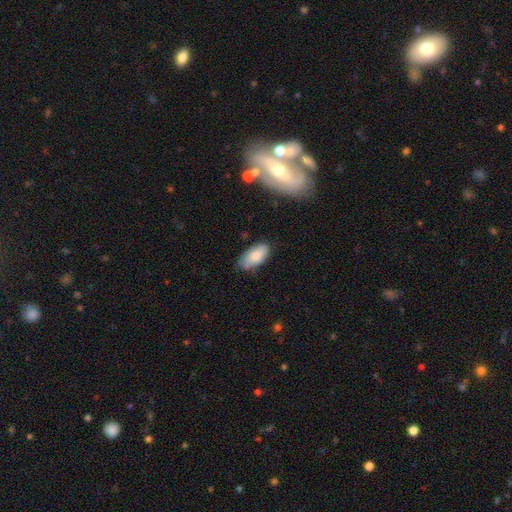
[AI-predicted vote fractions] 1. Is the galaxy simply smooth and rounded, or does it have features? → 80% smooth, 13% featured or disk, 7% star or artifact.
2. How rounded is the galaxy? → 92% in between, 6% cigar-shaped, 3% round.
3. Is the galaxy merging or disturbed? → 67% none, 26% minor disturbance, 5% major disturbance, 3% merger.